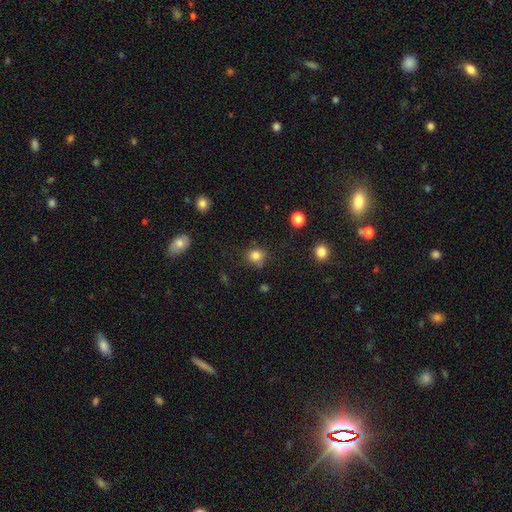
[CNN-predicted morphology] This is clearly a smooth galaxy (82%). How rounded: clearly round (84%). Merging: likely none (74%).